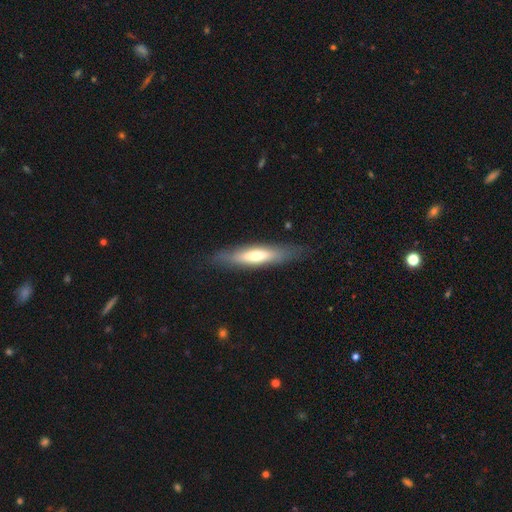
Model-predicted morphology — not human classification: The model was most divided on "smooth or featured": smooth: 55%, featured or disk: 39%, star or artifact: 6%. More confident: merging — none (80%); how rounded — cigar-shaped (78%).